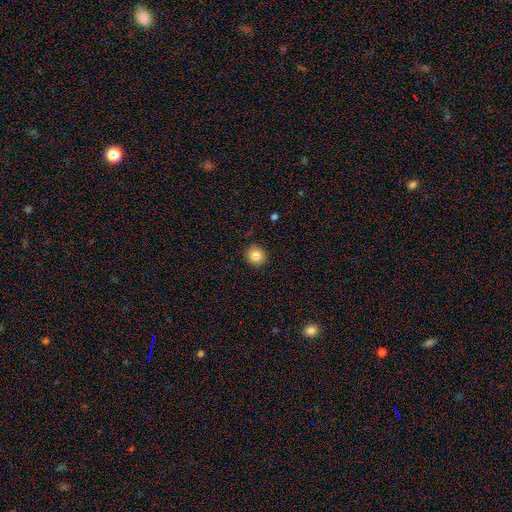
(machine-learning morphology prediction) A smooth galaxy with no disk features (85%) that is round (89%).

Vote fractions:
- Smooth or featured? smooth: 85% / star or artifact: 10% / featured or disk: 6%
- How rounded? round: 89% / in between: 10% / cigar-shaped: 1%
- Merging? none: 91% / minor disturbance: 6% / major disturbance: 2% / merger: 1%